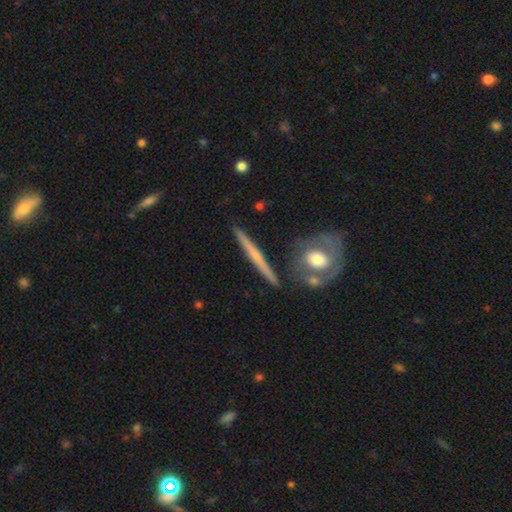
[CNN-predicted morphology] Smooth or featured? featured or disk (59%)
Edge-on disk? yes (95%)
Edge-on bulge? none (60%)
Merging? none (87%)